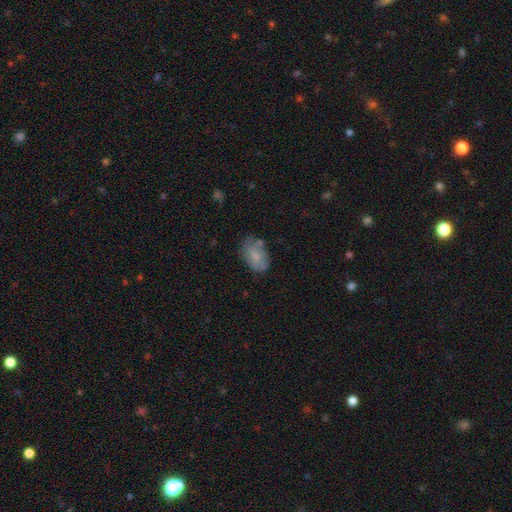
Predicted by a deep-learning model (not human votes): Morphology: type=smooth (69%); roundness=in between (89%); merging=none (59%).